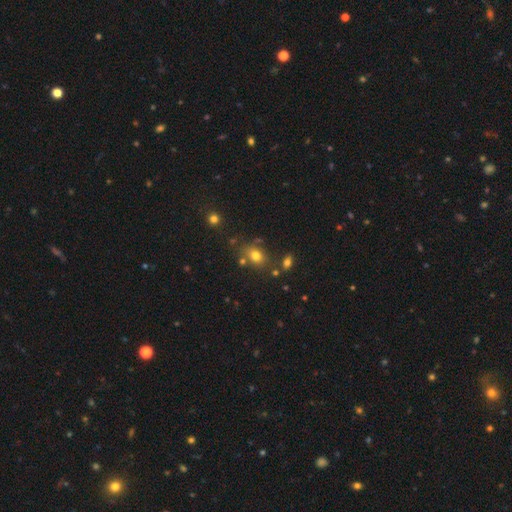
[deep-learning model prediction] Smooth or featured? Predicted: smooth (p=0.74). How rounded? Predicted: in between (p=0.64). Merging? Predicted: none (p=0.70).